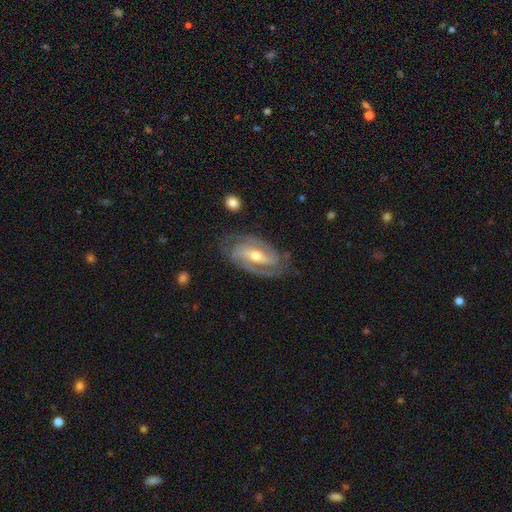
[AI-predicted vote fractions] Smooth or featured: featured or disk — 88% (smooth — 7%)
Edge-on disk: no — 95% (yes — 5%)
Bar: strong — 43% (weak — 35%)
Spiral arms: yes — 96% (no — 4%)
Spiral winding: tight — 51% (medium — 39%)
Spiral arm count: 2 — 81% (can't tell — 7%)
Bulge size: moderate — 58% (small — 38%)
Merging: none — 78% (minor disturbance — 15%)